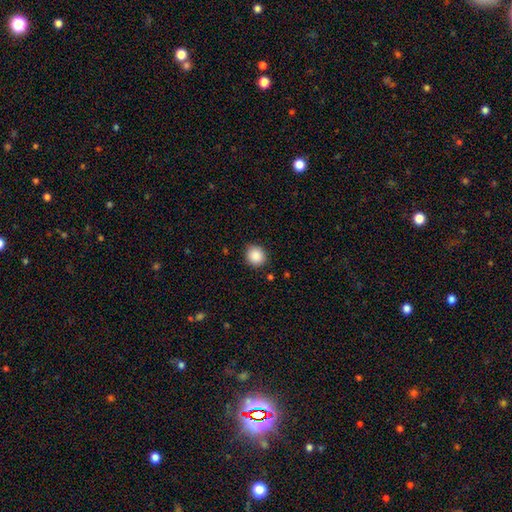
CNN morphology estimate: A smooth galaxy with no disk features (88%) that is round (84%). Merging: none (88%).